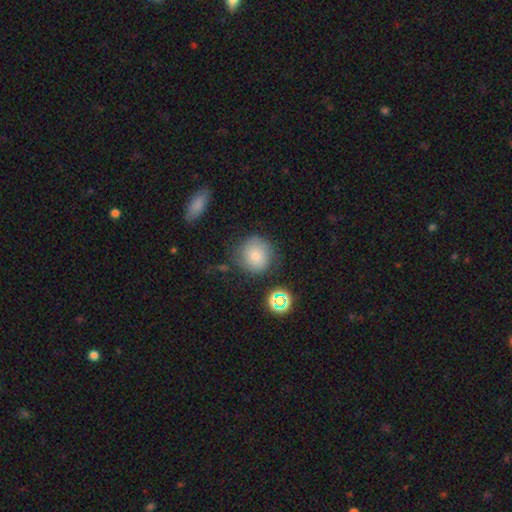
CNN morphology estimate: Overall: smooth (74%). How rounded: round (90%). Merging: none (72%).